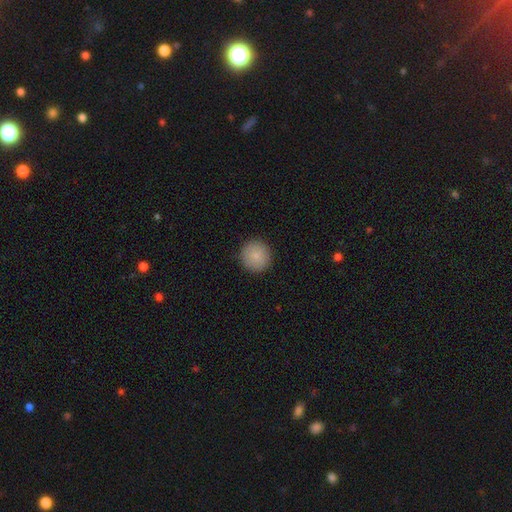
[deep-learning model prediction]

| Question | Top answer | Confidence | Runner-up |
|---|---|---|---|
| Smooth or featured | smooth | 87% | star or artifact (8%) |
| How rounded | round | 95% | in between (4%) |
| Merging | none | 91% | minor disturbance (6%) |